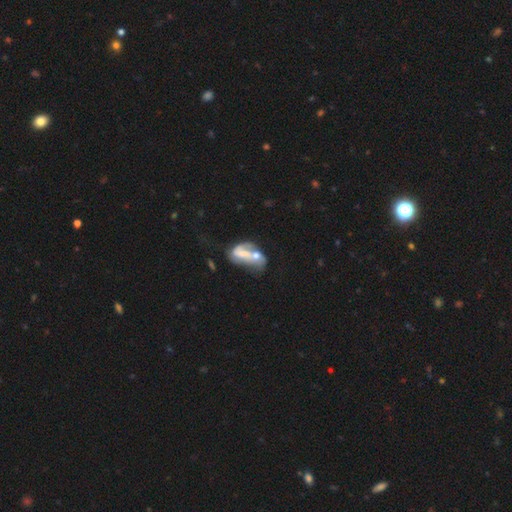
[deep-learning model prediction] Smooth or featured?
  - featured or disk: 57% *
  - smooth: 34%
  - star or artifact: 9%
Edge-on disk?
  - no: 96% *
  - yes: 4%
Bar?
  - no: 52% *
  - weak: 30%
  - strong: 18%
Spiral arms?
  - yes: 53% *
  - no: 47%
Bulge size?
  - moderate: 37% *
  - small: 28%
  - none: 23%
  - large: 10%
  - dominant: 2%
Merging?
  - merger: 59% *
  - major disturbance: 17%
  - none: 14%
  - minor disturbance: 10%